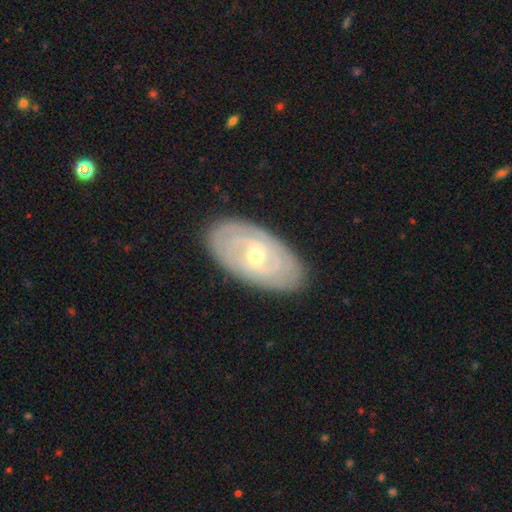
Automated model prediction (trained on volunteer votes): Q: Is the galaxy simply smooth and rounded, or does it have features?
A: featured or disk — 79%.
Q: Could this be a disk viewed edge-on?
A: no — 93%.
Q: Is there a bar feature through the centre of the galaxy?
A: no — 55%.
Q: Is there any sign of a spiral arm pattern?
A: yes — 86%.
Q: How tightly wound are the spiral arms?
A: tight — 78%.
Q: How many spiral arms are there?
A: can't tell — 45%.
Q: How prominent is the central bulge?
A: moderate — 53%.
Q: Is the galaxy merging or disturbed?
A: none — 86%.